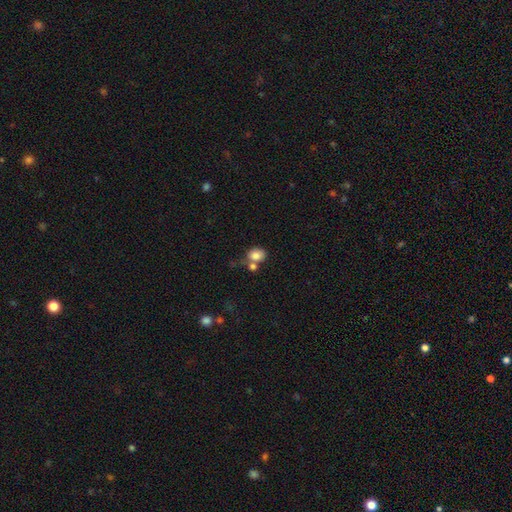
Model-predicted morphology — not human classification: This is clearly a smooth galaxy (82%). How rounded: possibly in between (51%). Merging: possibly none (46%).